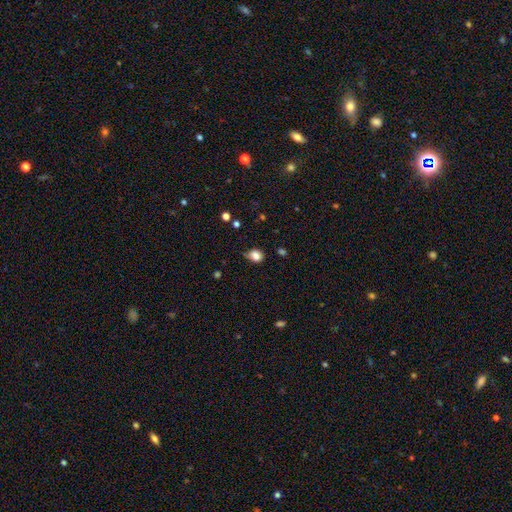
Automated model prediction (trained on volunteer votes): A smooth galaxy with no disk features (82%) that is round (53%). Merging: none (60%).